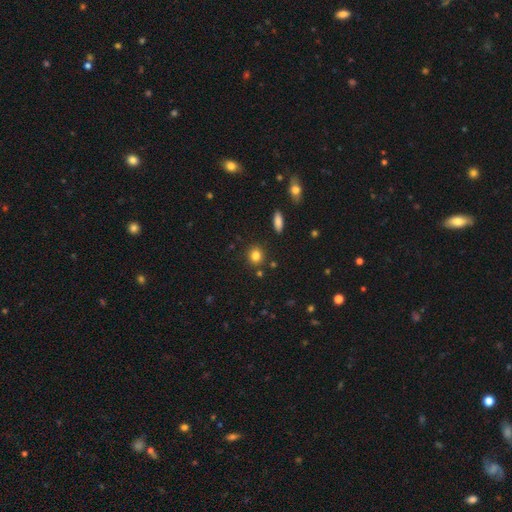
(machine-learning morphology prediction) Smooth or featured? Predicted: smooth (p=0.83). How rounded? Predicted: round (p=0.81). Merging? Predicted: none (p=0.86).